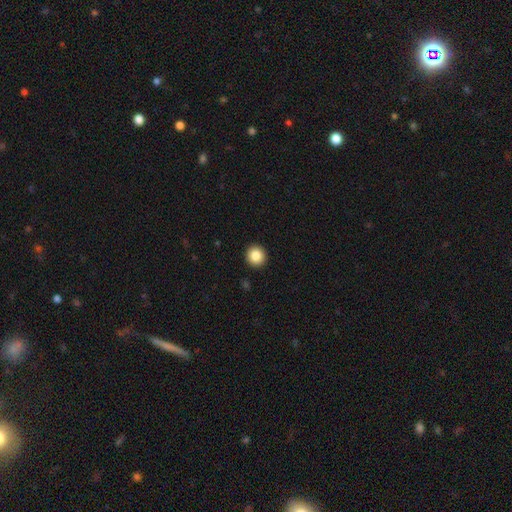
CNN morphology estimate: This is clearly a smooth galaxy (86%). How rounded: clearly round (94%). Merging: clearly none (93%).